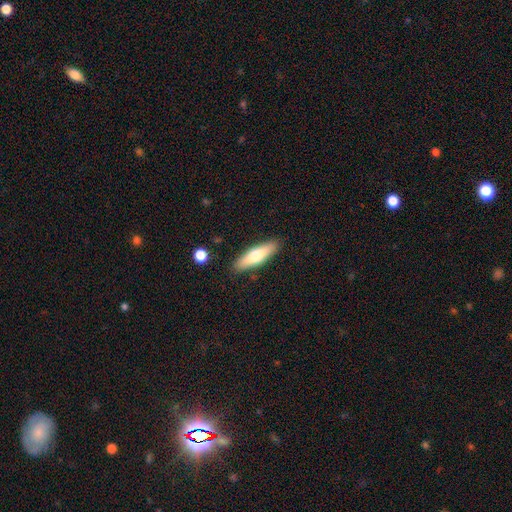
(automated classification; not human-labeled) Smooth or featured: smooth — 61% (featured or disk — 33%)
How rounded: cigar-shaped — 64% (in between — 34%)
Merging: none — 88% (minor disturbance — 8%)